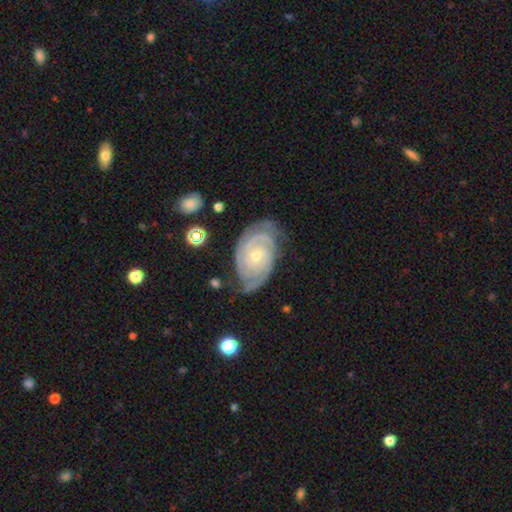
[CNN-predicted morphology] The model was most divided on "bulge size": small: 64%, moderate: 33%, none: 1%, large: 1%, dominant: 1%. More confident: spiral arms — yes (98%); edge-on disk — no (97%); smooth or featured — featured or disk (91%); spiral winding — tight (81%); merging — none (74%); bar — no (72%); spiral arm count — 2 (53%).